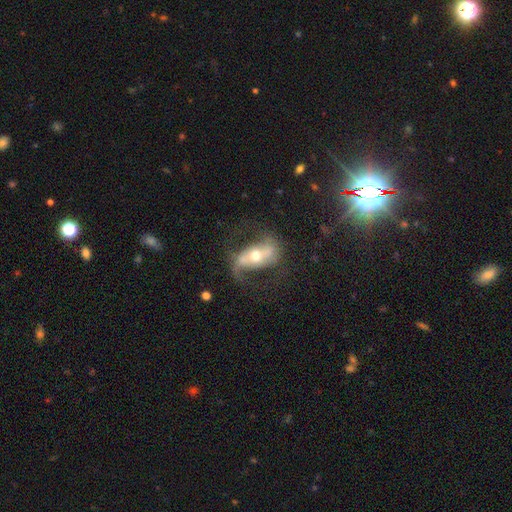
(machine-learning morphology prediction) smooth_or_featured: featured or disk (p=0.76) [alt: smooth p=0.18]
disk_edge_on: no (p=0.89) [alt: yes p=0.11]
bar: strong (p=0.47) [alt: weak p=0.27]
has_spiral_arms: yes (p=0.84) [alt: no p=0.16]
spiral_winding: loose (p=0.55) [alt: medium p=0.34]
spiral_arm_count: 2 (p=0.85) [alt: 1 p=0.06]
bulge_size: moderate (p=0.69) [alt: small p=0.20]
merging: none (p=0.59) [alt: major disturbance p=0.19]